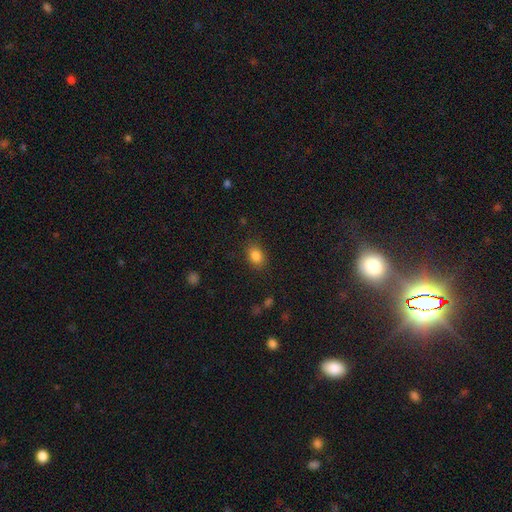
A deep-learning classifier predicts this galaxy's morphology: A smooth galaxy with no disk features (85%) that is in between round and cigar-shaped (79%).

Vote fractions:
- Smooth or featured? smooth: 85% / star or artifact: 10% / featured or disk: 5%
- How rounded? in between: 79% / round: 20% / cigar-shaped: 1%
- Merging? none: 85% / minor disturbance: 11% / major disturbance: 3% / merger: 1%